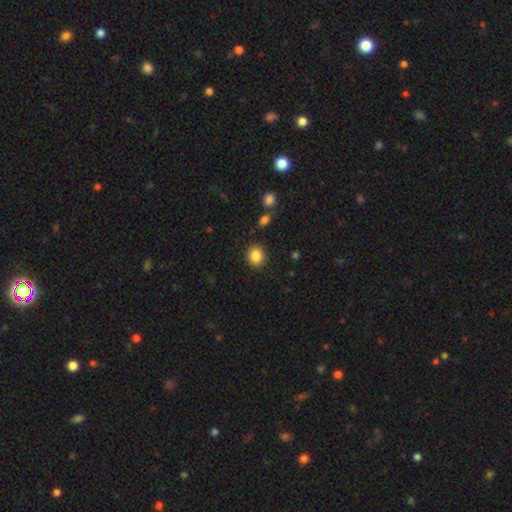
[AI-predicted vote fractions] This is clearly a smooth galaxy (87%). How rounded: likely round (71%). Merging: clearly none (87%).